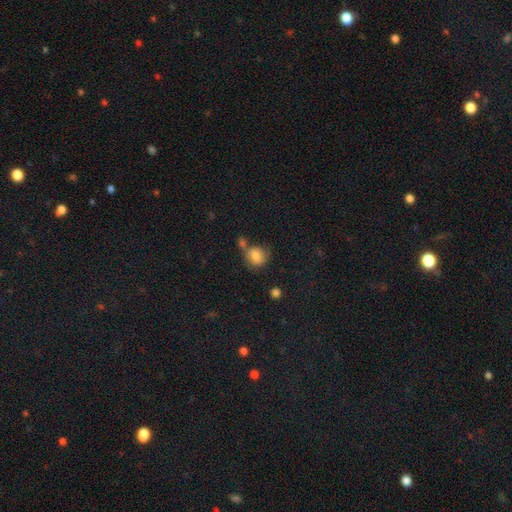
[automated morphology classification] smooth-or-featured: smooth: 80% | featured or disk: 10% | star or artifact: 10%
  how-rounded: round: 71% | in between: 28% | cigar-shaped: 1%
  merging: none: 47% | merger: 28% | minor disturbance: 17% | major disturbance: 7%